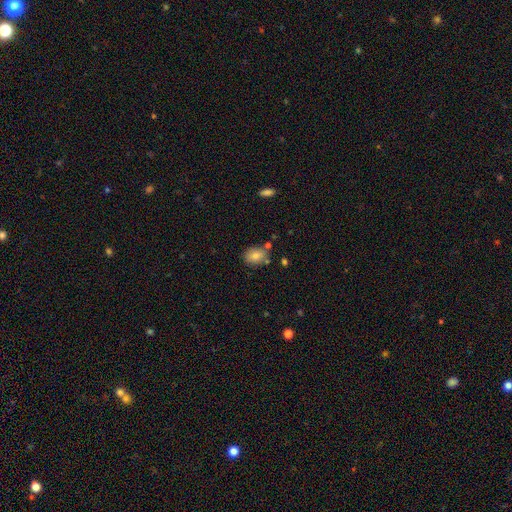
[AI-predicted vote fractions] smooth 81%, featured or disk 10%, star or artifact 9%. Down the decision tree: how rounded — in between (63%); merging — none (73%).